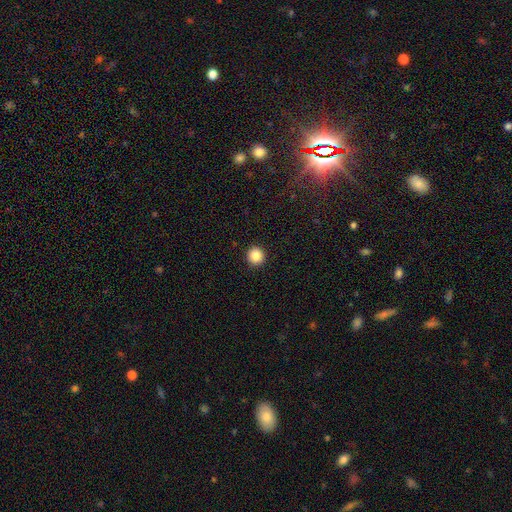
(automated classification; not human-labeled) A smooth galaxy with no disk features (86%) that is round (94%).

Vote fractions:
- Smooth or featured? smooth: 86% / star or artifact: 10% / featured or disk: 4%
- How rounded? round: 94% / in between: 5% / cigar-shaped: 1%
- Merging? none: 93% / minor disturbance: 4% / major disturbance: 2% / merger: 1%